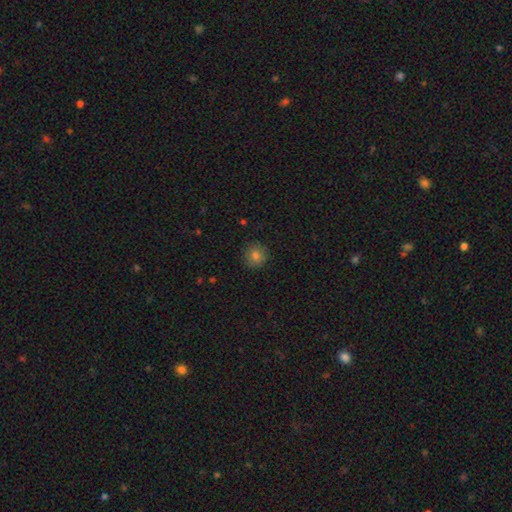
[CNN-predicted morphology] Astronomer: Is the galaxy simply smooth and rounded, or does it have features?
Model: smooth — 81%.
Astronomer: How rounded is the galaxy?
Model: round — 91%.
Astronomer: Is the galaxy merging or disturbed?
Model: none — 90%.